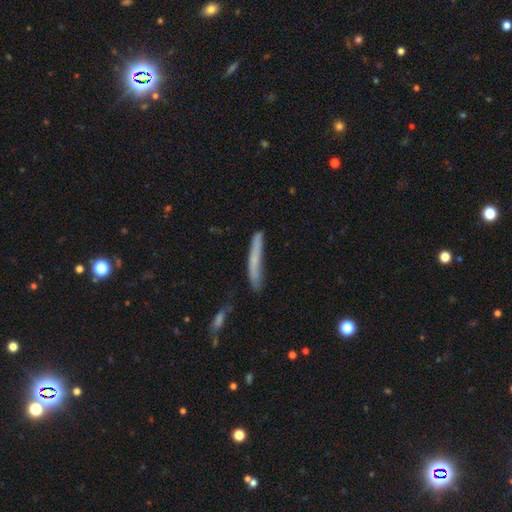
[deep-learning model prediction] This is likely a smooth galaxy (63%). How rounded: clearly cigar-shaped (95%). Merging: likely none (68%).